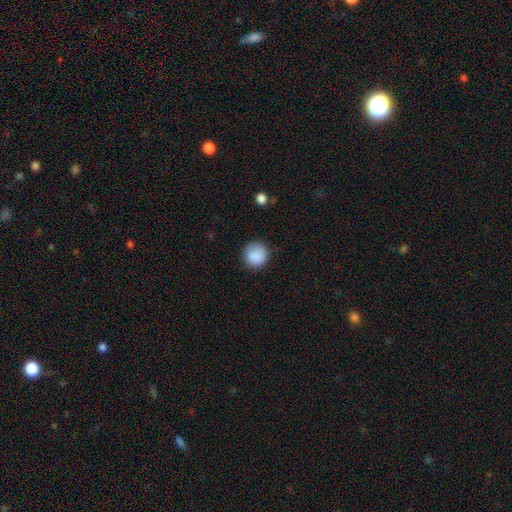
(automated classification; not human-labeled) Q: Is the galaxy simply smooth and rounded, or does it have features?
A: smooth — 88%.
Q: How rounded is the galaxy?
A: round — 93%.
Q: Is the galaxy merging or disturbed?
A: none — 85%.